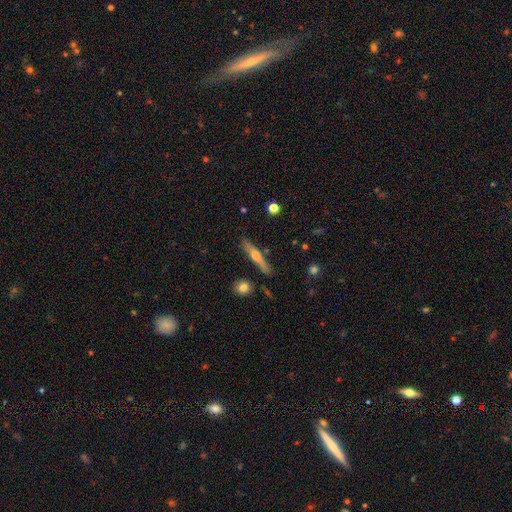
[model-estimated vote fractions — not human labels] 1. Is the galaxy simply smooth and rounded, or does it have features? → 48% featured or disk, 45% smooth, 7% star or artifact.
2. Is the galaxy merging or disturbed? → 82% none, 11% minor disturbance, 4% merger, 2% major disturbance.